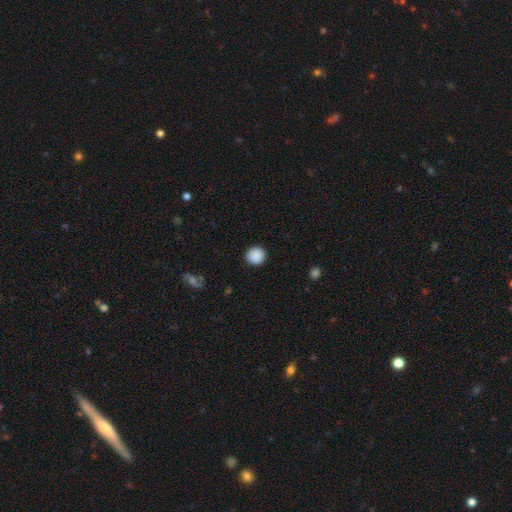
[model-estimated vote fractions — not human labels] Smooth or featured: smooth — 89% (star or artifact — 8%)
How rounded: round — 92% (in between — 7%)
Merging: none — 91% (minor disturbance — 6%)